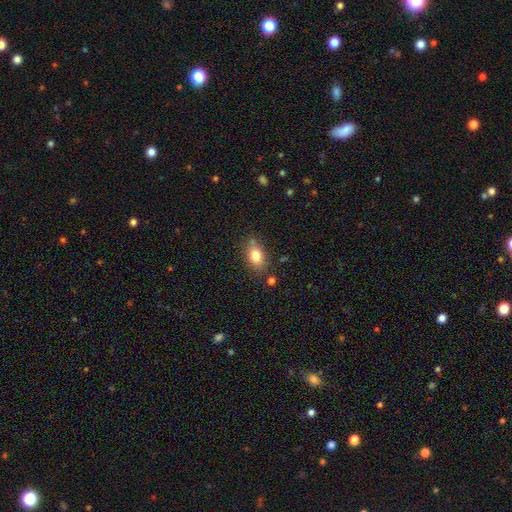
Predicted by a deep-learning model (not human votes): smooth-or-featured: smooth: 80% | featured or disk: 10% | star or artifact: 9%
  how-rounded: in between: 80% | round: 17% | cigar-shaped: 3%
  merging: none: 74% | minor disturbance: 15% | merger: 6% | major disturbance: 4%